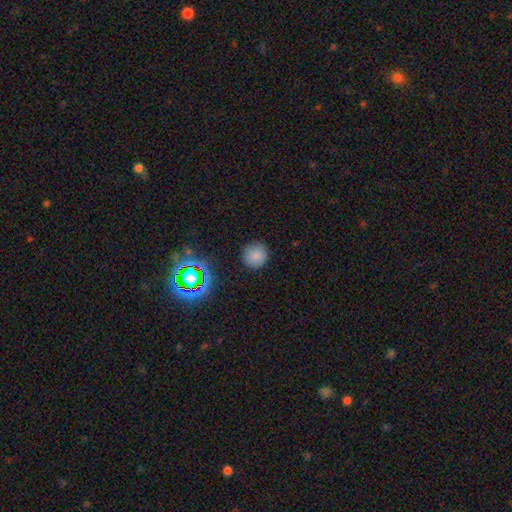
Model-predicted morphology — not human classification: This appears to be a smooth galaxy with no disk features (80%) that is round (93%). Merging: none (87%).